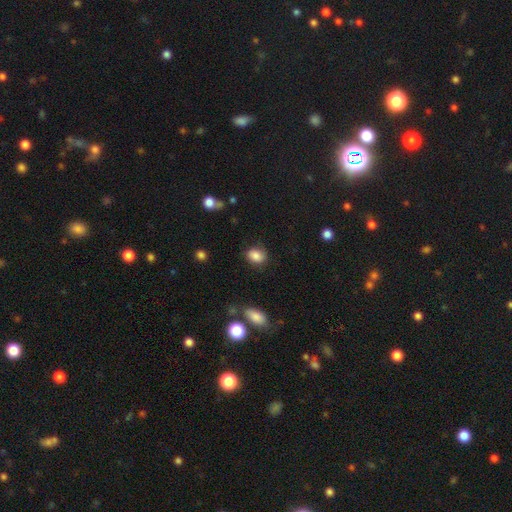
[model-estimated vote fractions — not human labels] Overall: smooth (86%). How rounded: in between (60%; round 38%). Merging: none (81%).